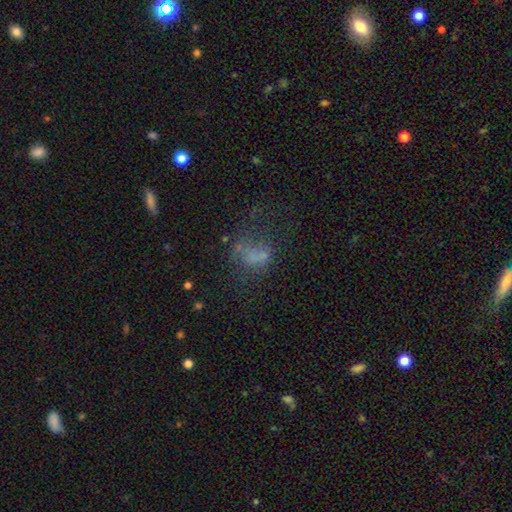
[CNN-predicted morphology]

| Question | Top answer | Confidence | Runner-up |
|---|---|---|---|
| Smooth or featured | smooth | 46% | featured or disk (31%) |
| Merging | major disturbance | 34% | none (33%) |